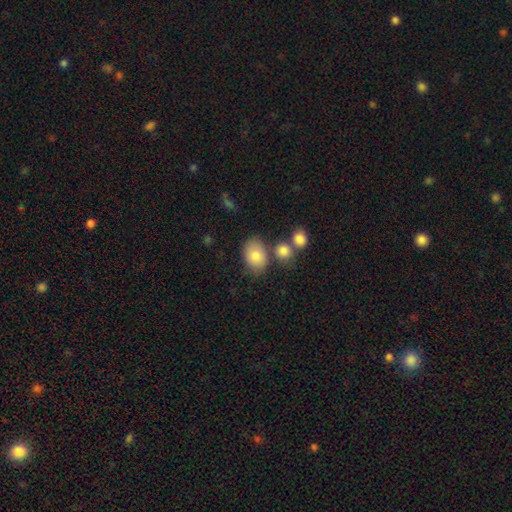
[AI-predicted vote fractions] This is clearly a smooth galaxy (82%). How rounded: likely in between (77%). Merging: likely none (64%).